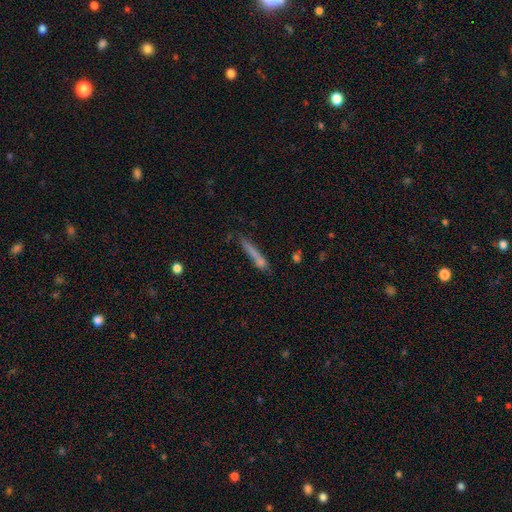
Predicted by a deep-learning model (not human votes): The model was most divided on "smooth or featured": smooth: 64%, featured or disk: 26%, star or artifact: 10%. More confident: how rounded — cigar-shaped (93%); merging — none (62%).